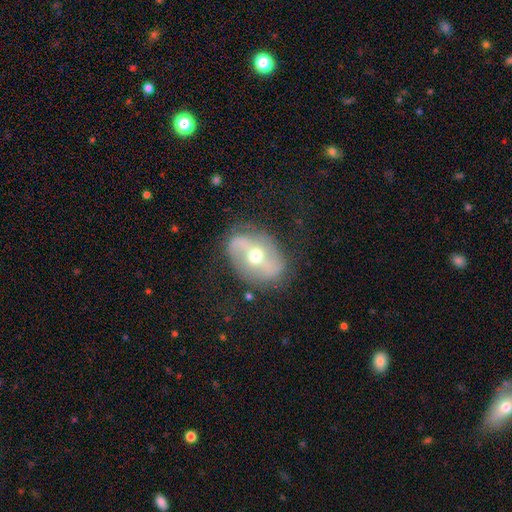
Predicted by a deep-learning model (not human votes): The model was most divided on "bar": strong: 37%, weak: 32%, no: 30%. More confident: edge-on disk — no (93%); bulge size — moderate (73%); merging — none (71%); smooth or featured — featured or disk (64%); spiral arms — yes (53%).